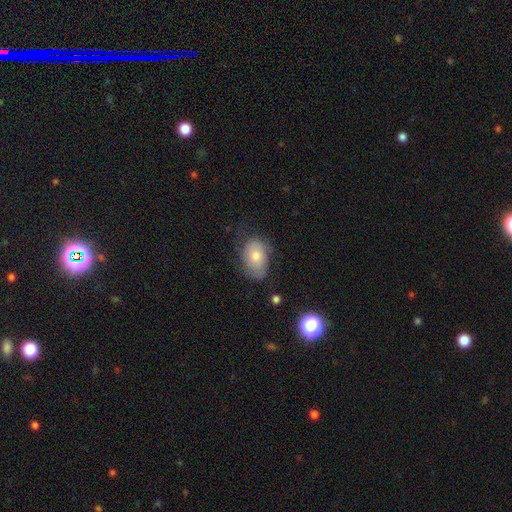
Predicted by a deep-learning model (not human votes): Smooth or featured? Predicted: smooth (p=0.70). How rounded? Predicted: in between (p=0.84). Merging? Predicted: none (p=0.56).